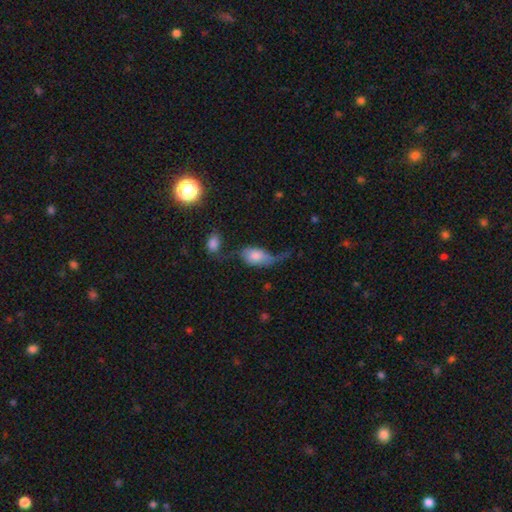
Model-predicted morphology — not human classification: type=smooth (61%); roundness=in between (87%); merging=major disturbance (43%).